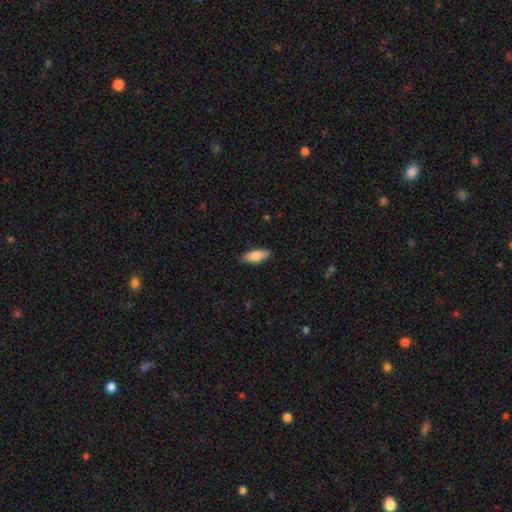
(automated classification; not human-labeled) This appears to be a smooth galaxy with no disk features (83%) that is in between round and cigar-shaped (74%). Merging: none (86%).